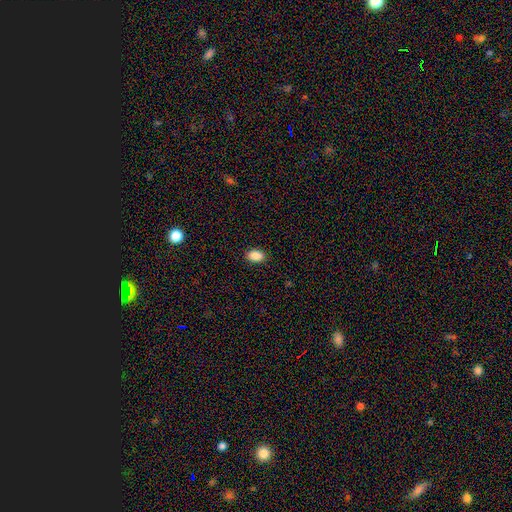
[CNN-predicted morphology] type=smooth (89%); roundness=in between (88%); merging=none (89%).